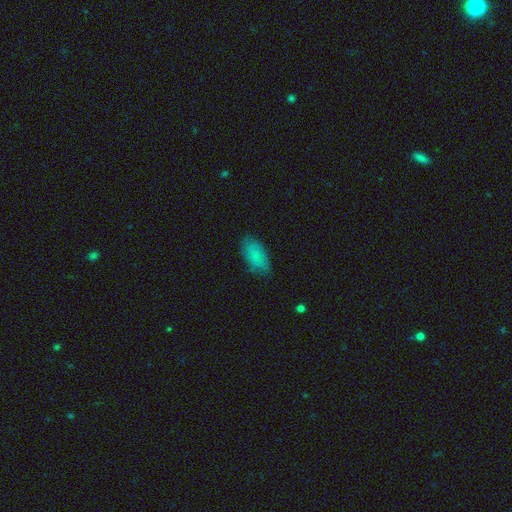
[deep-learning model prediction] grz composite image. It shows a smooth galaxy with no disk features (81%) that is in between round and cigar-shaped (92%). Merging: none (76%).